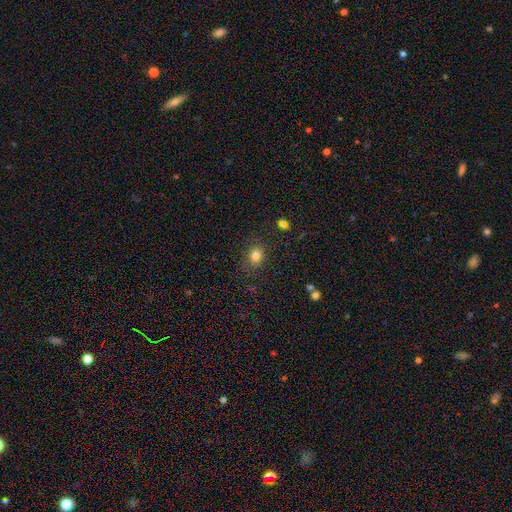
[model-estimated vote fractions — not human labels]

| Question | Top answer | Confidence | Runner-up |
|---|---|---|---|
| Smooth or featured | smooth | 81% | star or artifact (13%) |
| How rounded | round | 55% | in between (44%) |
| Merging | none | 84% | minor disturbance (11%) |